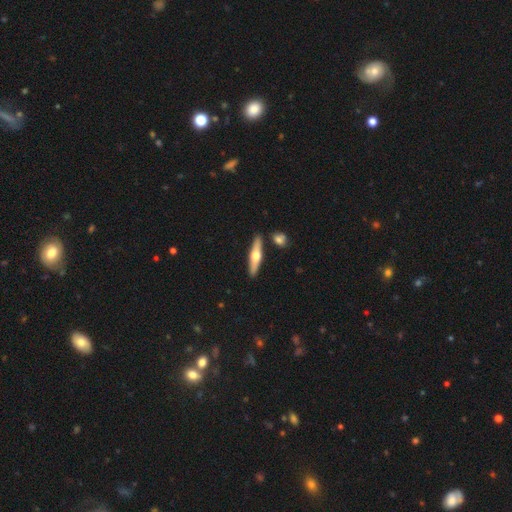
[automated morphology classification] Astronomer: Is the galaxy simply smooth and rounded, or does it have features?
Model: featured or disk — 56% (runner-up: smooth, 39%).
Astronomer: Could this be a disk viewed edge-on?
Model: yes — 94%.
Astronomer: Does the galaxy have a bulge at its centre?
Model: rounded — 94%.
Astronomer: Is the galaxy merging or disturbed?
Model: none — 86%.